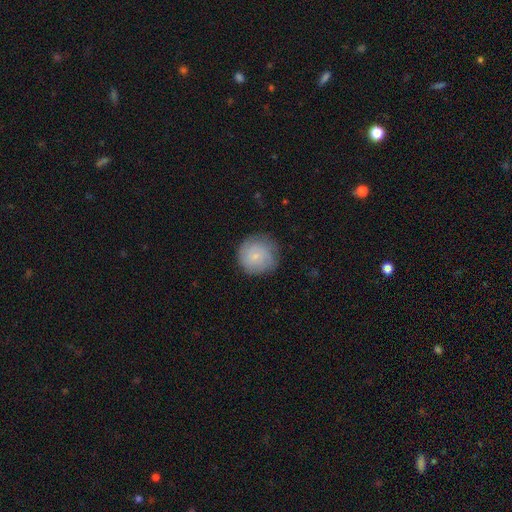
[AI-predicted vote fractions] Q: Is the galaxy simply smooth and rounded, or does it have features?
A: smooth — 75%.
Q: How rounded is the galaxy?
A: round — 92%.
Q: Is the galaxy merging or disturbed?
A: none — 75%.